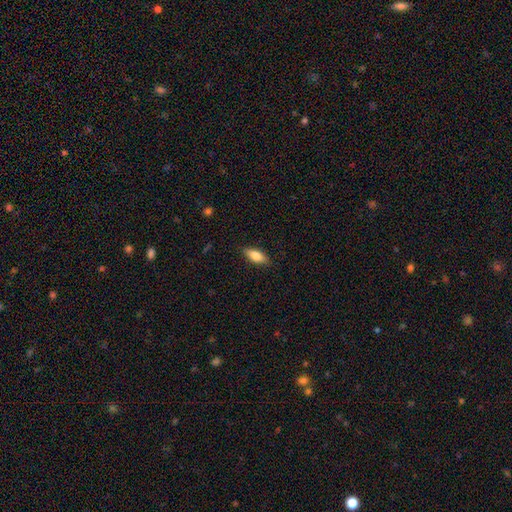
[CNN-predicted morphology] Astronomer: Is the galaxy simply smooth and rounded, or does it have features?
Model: smooth — 78%.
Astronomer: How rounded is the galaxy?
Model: in between — 76%.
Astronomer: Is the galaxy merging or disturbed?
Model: none — 86%.